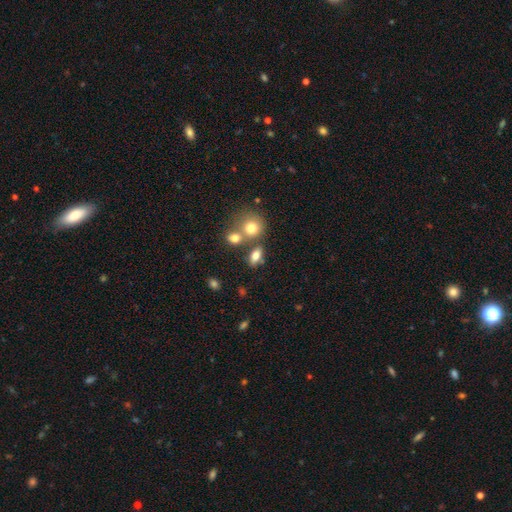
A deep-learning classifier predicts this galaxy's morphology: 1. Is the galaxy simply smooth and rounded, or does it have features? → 76% smooth, 13% featured or disk, 11% star or artifact.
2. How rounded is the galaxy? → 77% in between, 16% round, 6% cigar-shaped.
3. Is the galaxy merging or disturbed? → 61% none, 23% merger, 11% minor disturbance, 5% major disturbance.